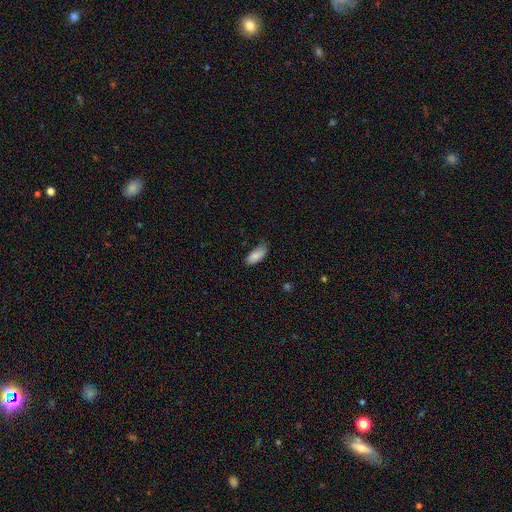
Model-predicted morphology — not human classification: Smooth or featured?
  - smooth: 86% *
  - featured or disk: 7%
  - star or artifact: 7%
How rounded?
  - in between: 87% *
  - cigar-shaped: 11%
  - round: 2%
Merging?
  - none: 72% *
  - minor disturbance: 23%
  - major disturbance: 3%
  - merger: 1%